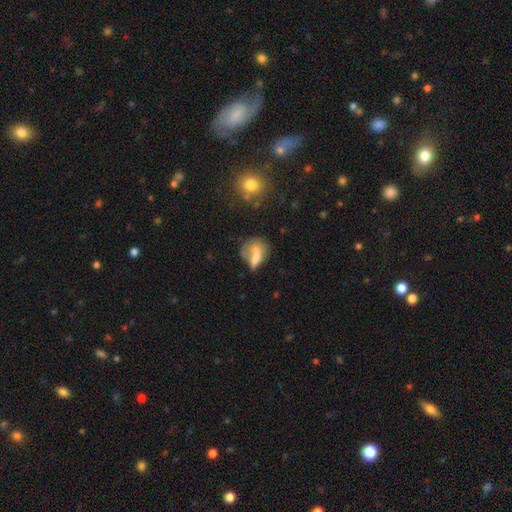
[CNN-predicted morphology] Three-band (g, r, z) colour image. It shows a smooth galaxy with no disk features (63%) that is in between round and cigar-shaped (67%). Merging: none (30%).